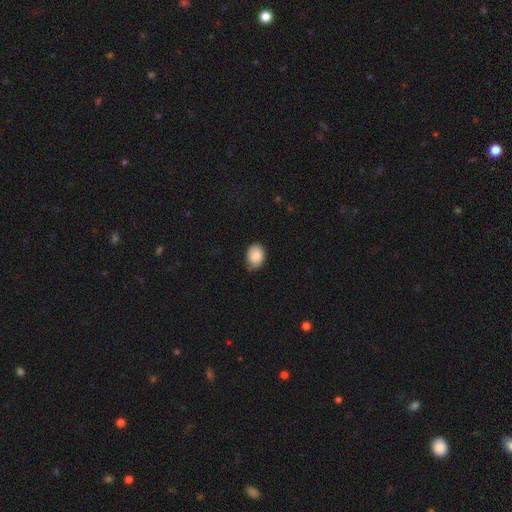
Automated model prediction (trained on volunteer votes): smooth 86%, star or artifact 7%, featured or disk 6%. Down the decision tree: how rounded — in between (68%); merging — none (59%).